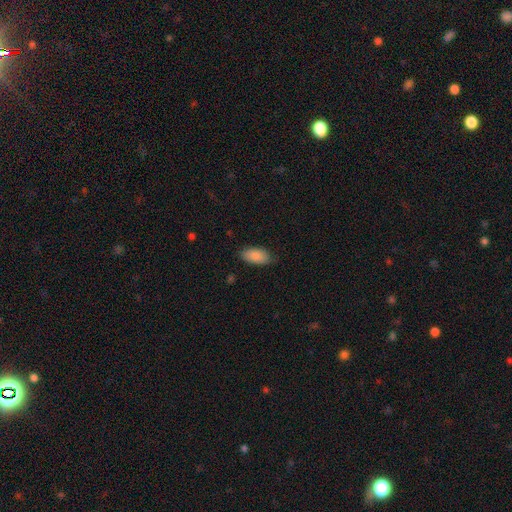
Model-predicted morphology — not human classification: Smooth or featured? Predicted: smooth (p=0.89). How rounded? Predicted: in between (p=0.93). Merging? Predicted: none (p=0.79).